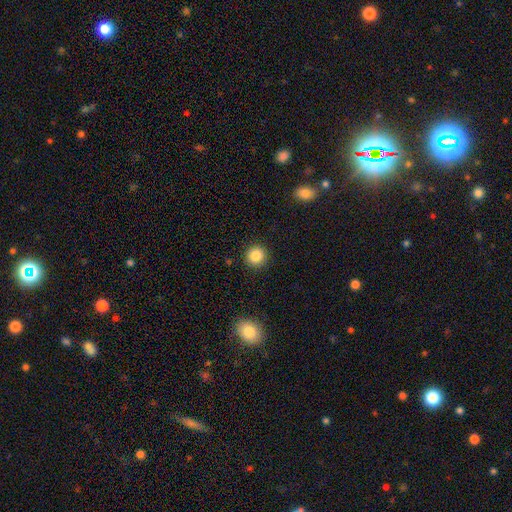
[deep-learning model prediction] Smooth or featured? smooth (85%)
How rounded? round (94%)
Merging? none (92%)